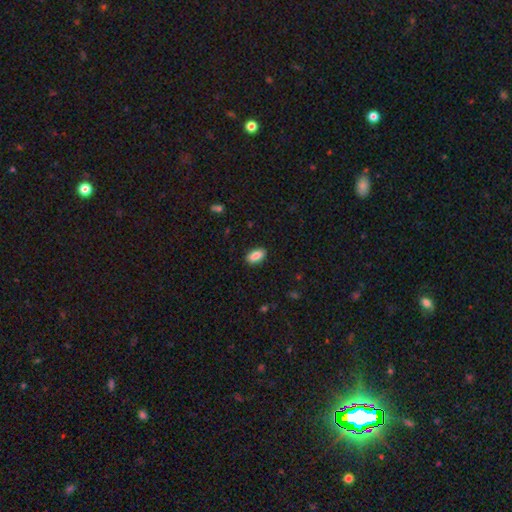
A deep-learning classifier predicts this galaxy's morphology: A smooth galaxy with no disk features (88%) that is in between round and cigar-shaped (91%). Merging: none (89%).